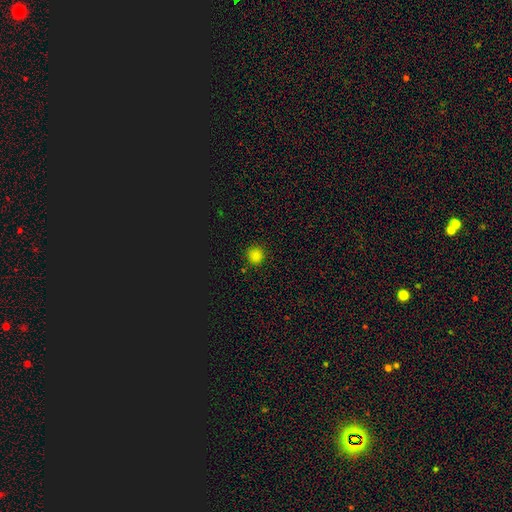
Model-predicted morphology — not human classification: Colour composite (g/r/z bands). It shows a smooth galaxy with no disk features (81%) that is round (94%). Merging: none (89%).